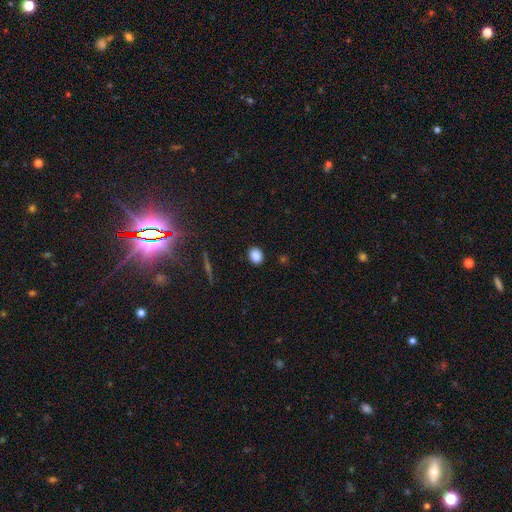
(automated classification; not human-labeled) Smooth or featured? Predicted: smooth (p=0.86). How rounded? Predicted: in between (p=0.51). Merging? Predicted: none (p=0.88).